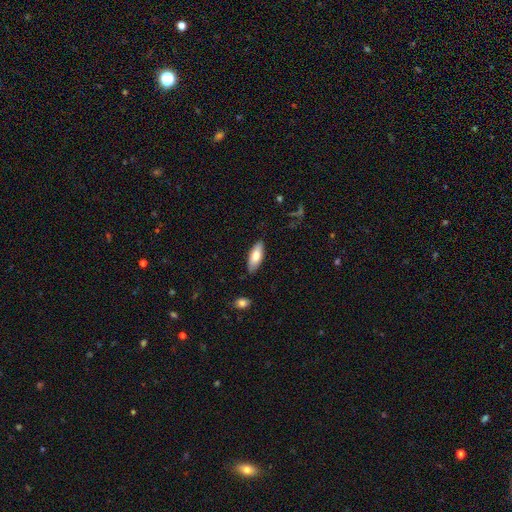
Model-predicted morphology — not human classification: type=smooth (74%); roundness=in between (74%); merging=none (84%).